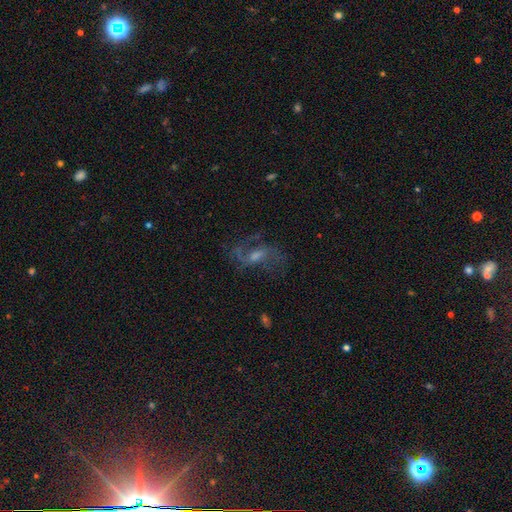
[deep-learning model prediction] smooth-or-featured: featured or disk: 70% | star or artifact: 17% | smooth: 13%
  disk-edge-on: no: 94% | yes: 6%
    bar: weak: 49% | no: 34% | strong: 17%
    has-spiral-arms: yes: 89% | no: 11%
      spiral-winding: loose: 51% | medium: 38% | tight: 11%
      spiral-arm-count: 2: 72% | can't tell: 13% | 3: 5% | 1: 4% | 4: 3% | more than 4: 2%
    bulge-size: moderate: 47% | small: 37% | none: 8% | large: 6% | dominant: 2%
  merging: none: 68% | minor disturbance: 16% | major disturbance: 14% | merger: 2%